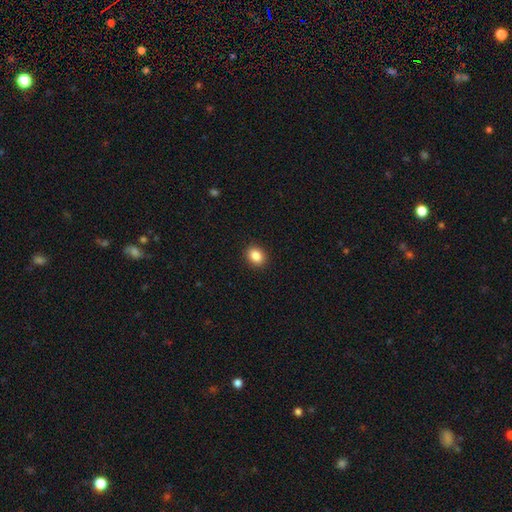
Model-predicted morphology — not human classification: This appears to be a smooth galaxy with no disk features (87%) that is in between round and cigar-shaped (52%). Merging: none (91%).